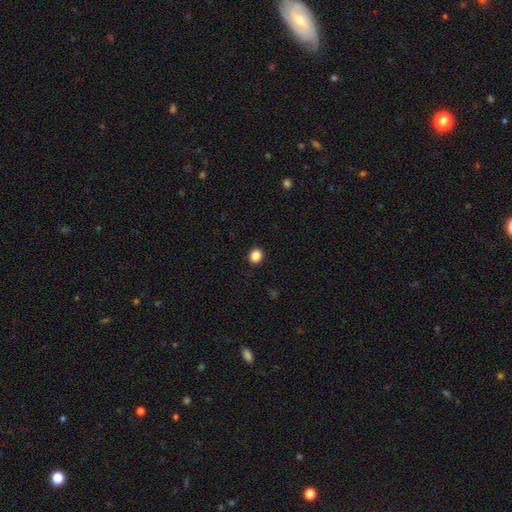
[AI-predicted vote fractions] Smooth or featured? smooth (87%)
How rounded? round (79%)
Merging? none (92%)